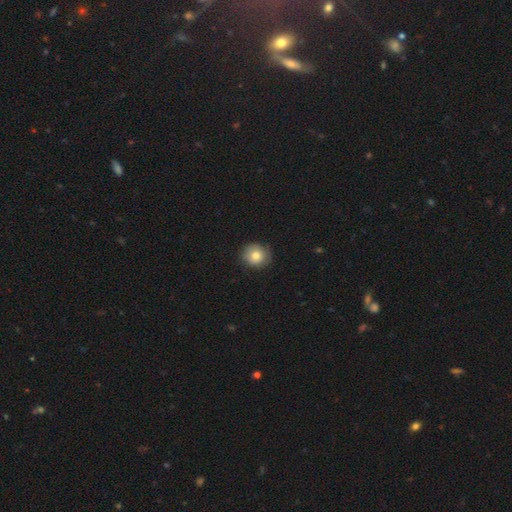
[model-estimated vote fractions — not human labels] A smooth galaxy with no disk features (77%) that is round (88%). Merging: none (82%).